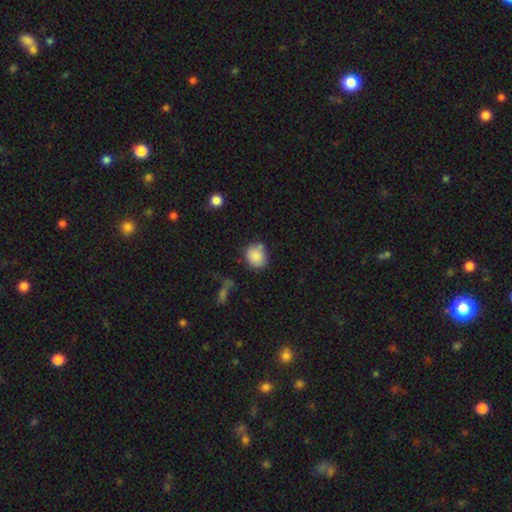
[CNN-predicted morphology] type=smooth (85%); roundness=round (65%); merging=none (67%).